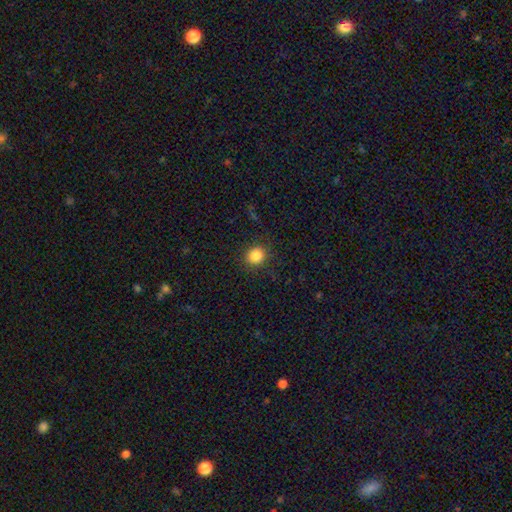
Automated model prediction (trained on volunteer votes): A smooth galaxy with no disk features (85%) that is round (88%). Merging: none (88%).